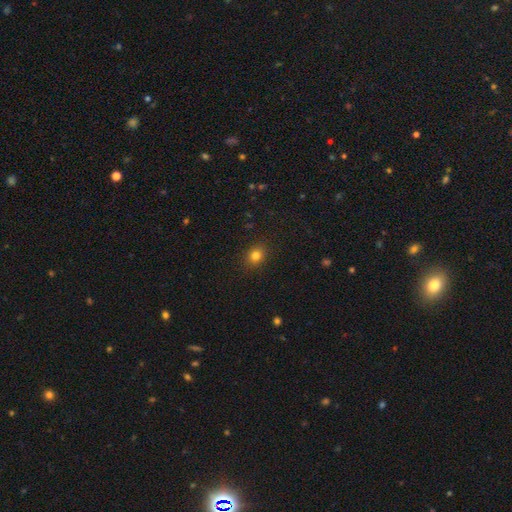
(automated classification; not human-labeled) A smooth galaxy with no disk features (81%) that is round (62%).

Vote fractions:
- Smooth or featured? smooth: 81% / star or artifact: 13% / featured or disk: 6%
- How rounded? round: 62% / in between: 37% / cigar-shaped: 1%
- Merging? none: 89% / minor disturbance: 8% / major disturbance: 2% / merger: 1%